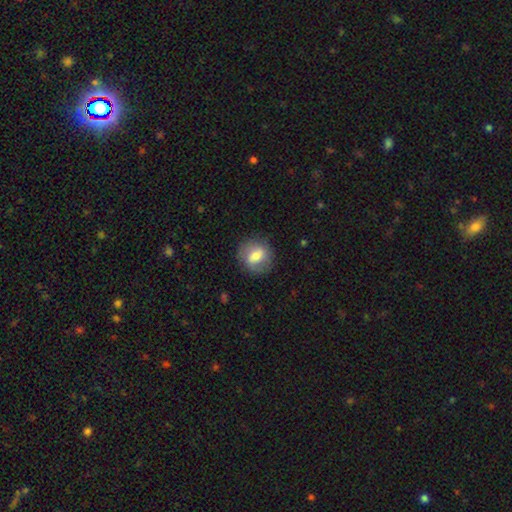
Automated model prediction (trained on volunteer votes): Smooth or featured: smooth — 64% (featured or disk — 28%)
How rounded: round — 76% (in between — 22%)
Merging: none — 81% (minor disturbance — 13%)